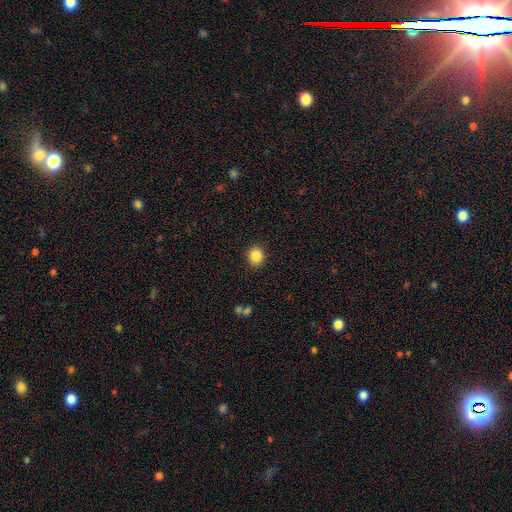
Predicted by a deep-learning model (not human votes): A smooth galaxy with no disk features (87%) that is round (75%).

Vote fractions:
- Smooth or featured? smooth: 87% / star or artifact: 10% / featured or disk: 4%
- How rounded? round: 75% / in between: 24% / cigar-shaped: 1%
- Merging? none: 90% / minor disturbance: 7% / major disturbance: 2% / merger: 1%